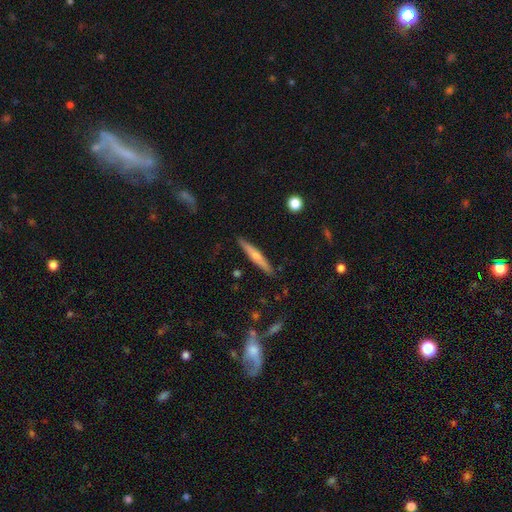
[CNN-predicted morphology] A smooth galaxy with no disk features (54%) that is cigar-shaped (94%).

Vote fractions:
- Smooth or featured? smooth: 54% / featured or disk: 40% / star or artifact: 6%
- How rounded? cigar-shaped: 94% / in between: 4% / round: 2%
- Merging? none: 89% / minor disturbance: 8% / major disturbance: 2% / merger: 1%